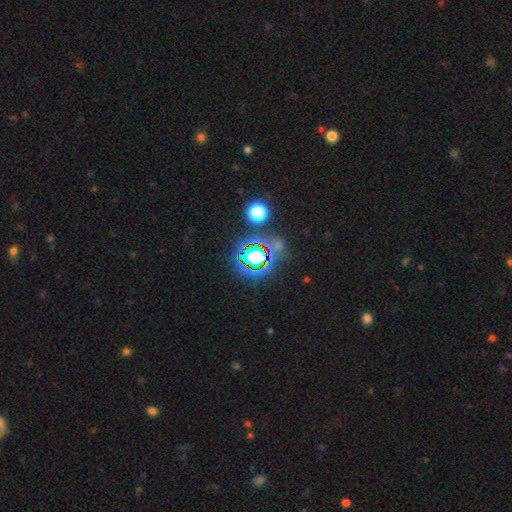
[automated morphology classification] Smooth or featured: star or artifact — 70% (smooth — 19%)